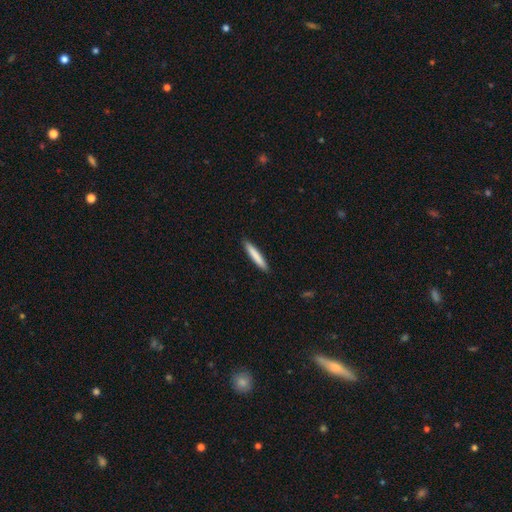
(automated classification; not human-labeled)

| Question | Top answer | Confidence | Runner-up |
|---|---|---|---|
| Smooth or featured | smooth | 80% | featured or disk (14%) |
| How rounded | cigar-shaped | 94% | in between (5%) |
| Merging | none | 91% | minor disturbance (6%) |